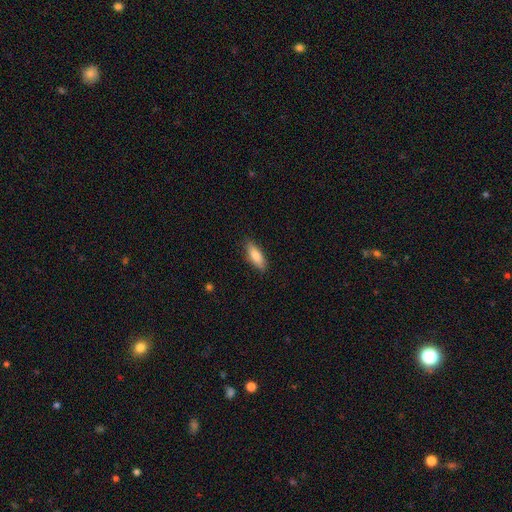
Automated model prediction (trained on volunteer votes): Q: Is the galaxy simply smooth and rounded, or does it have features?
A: smooth — 84%.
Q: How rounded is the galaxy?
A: in between — 66%.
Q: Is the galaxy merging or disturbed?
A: none — 86%.